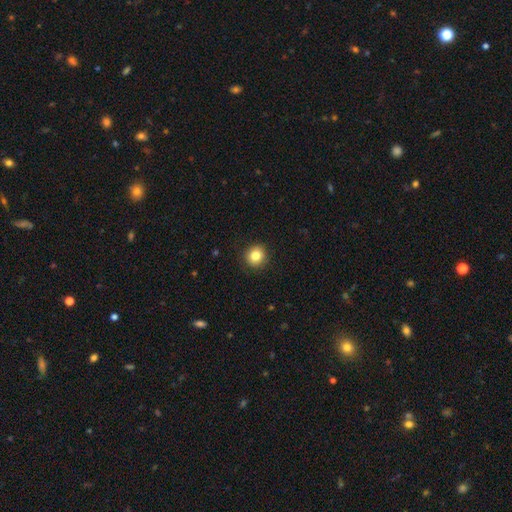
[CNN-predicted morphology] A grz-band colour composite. It shows a smooth galaxy with no disk features (84%) that is round (90%). Merging: none (91%).